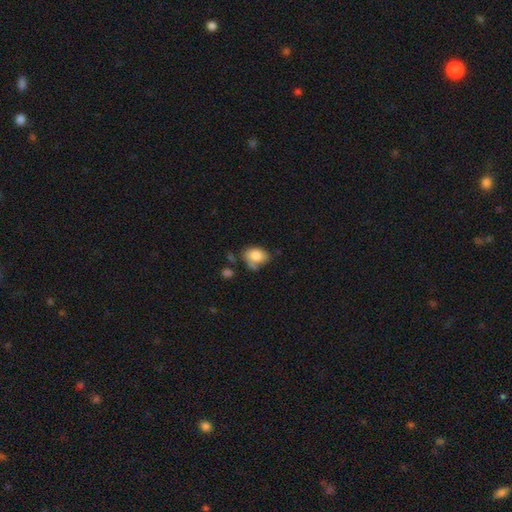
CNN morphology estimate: smooth 80%, featured or disk 12%, star or artifact 8%. Down the decision tree: how rounded — in between (73%); merging — none (46%).